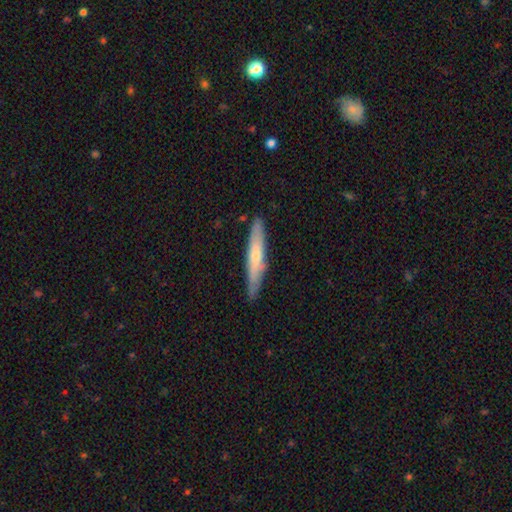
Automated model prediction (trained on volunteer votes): Morphology: type=smooth (50%); roundness=cigar-shaped (92%); merging=none (82%).